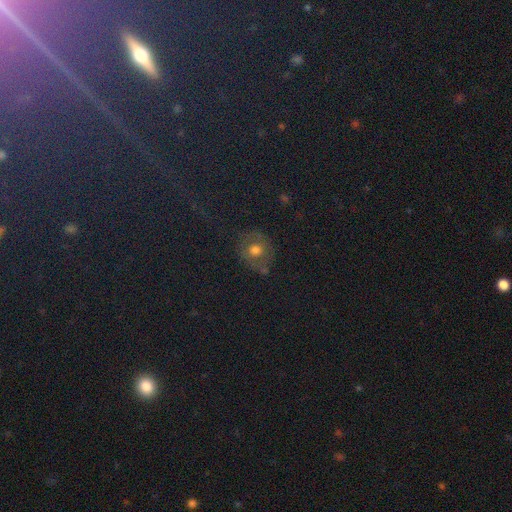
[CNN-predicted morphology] Smooth or featured? smooth (47%)
Merging? none (77%)